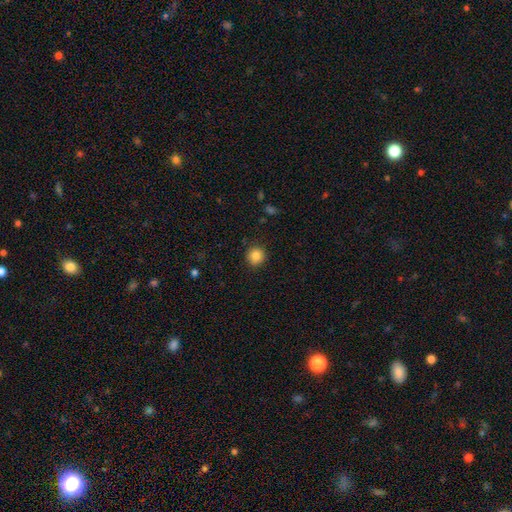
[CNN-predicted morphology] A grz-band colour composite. It shows a smooth galaxy with no disk features (85%) that is round (92%). Merging: none (90%).